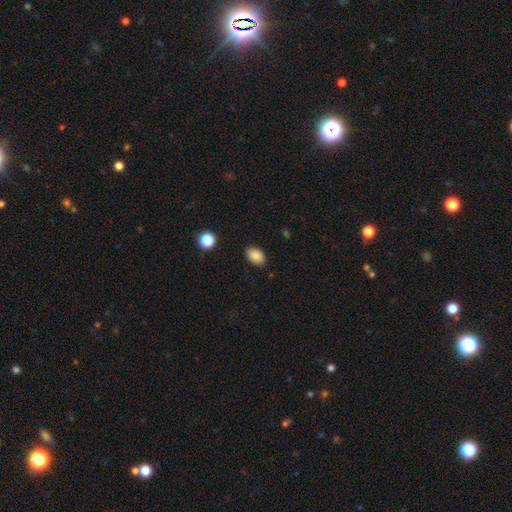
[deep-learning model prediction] The model was most divided on "how rounded": in between: 87%, round: 12%, cigar-shaped: 1%. More confident: merging — none (87%); smooth or featured — smooth (87%).